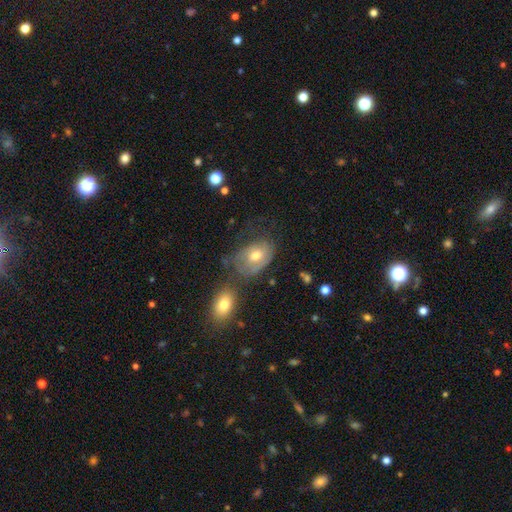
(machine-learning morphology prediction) featured or disk 54%, smooth 38%, star or artifact 9%. Down the decision tree: edge-on disk — no (95%); bar — no (66%); spiral arms — yes (67%); bulge size — moderate (72%); merging — none (39%).